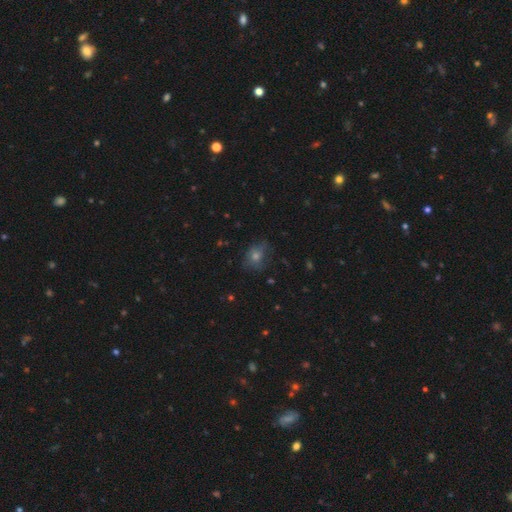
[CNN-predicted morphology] Smooth or featured: smooth — 57% (star or artifact — 23%)
How rounded: round — 59% (in between — 39%)
Merging: none — 65% (minor disturbance — 23%)